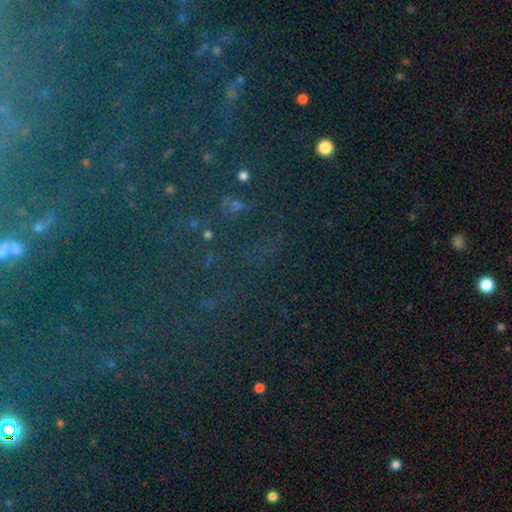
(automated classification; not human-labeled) smooth_or_featured: star or artifact (p=0.78) [alt: smooth p=0.12]